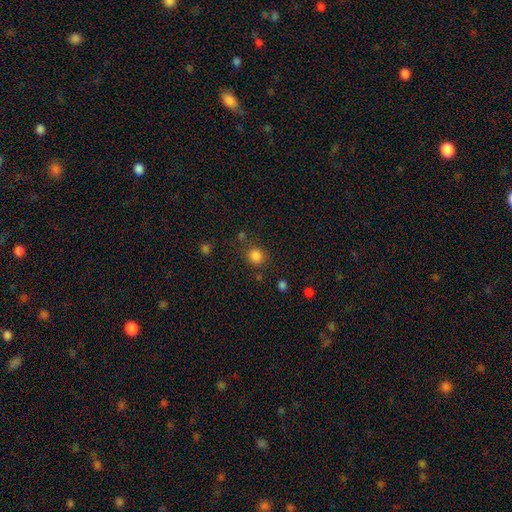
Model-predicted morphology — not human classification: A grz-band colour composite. It shows a smooth galaxy with no disk features (84%) that is round (87%). Merging: none (80%).